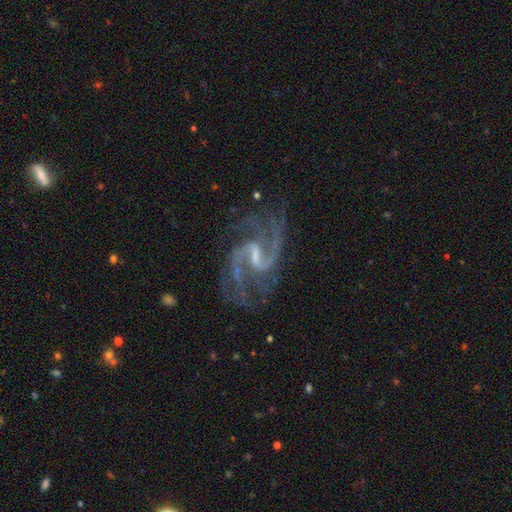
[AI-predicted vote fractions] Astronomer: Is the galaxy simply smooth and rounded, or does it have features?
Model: featured or disk — 92%.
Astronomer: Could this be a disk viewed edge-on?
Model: no — 98%.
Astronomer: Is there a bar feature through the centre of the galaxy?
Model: weak — 55% (runner-up: strong, 33%).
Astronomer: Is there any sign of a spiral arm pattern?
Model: yes — 98%.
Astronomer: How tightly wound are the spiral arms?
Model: medium — 52% (runner-up: loose, 37%).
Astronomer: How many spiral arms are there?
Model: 2 — 79%.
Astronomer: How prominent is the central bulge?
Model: small — 46% (runner-up: none, 28%).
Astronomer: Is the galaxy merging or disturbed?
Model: none — 67%.